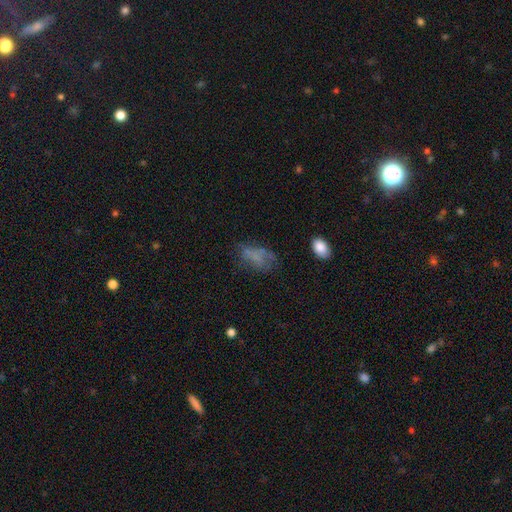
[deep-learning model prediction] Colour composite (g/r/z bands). It shows a smooth galaxy with no disk features (56%) that is in between round and cigar-shaped (85%). Merging: none (43%).